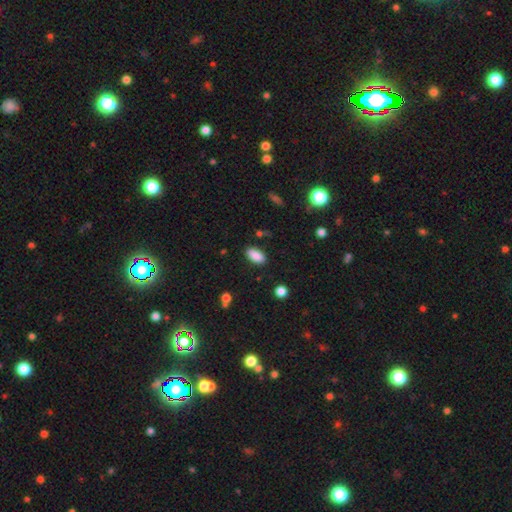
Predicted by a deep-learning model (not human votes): Q: Smooth or featured?
A: smooth (88%); runner-up: star or artifact (8%)
Q: How rounded?
A: in between (90%); runner-up: cigar-shaped (6%)
Q: Merging?
A: none (87%); runner-up: minor disturbance (9%)